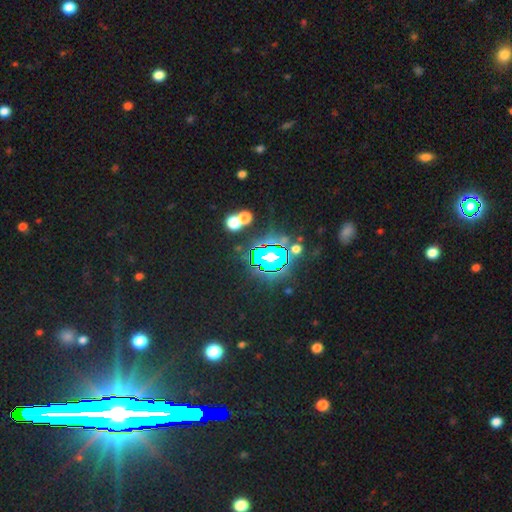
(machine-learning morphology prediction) This is clearly a star or artifact rather than a galaxy (85%).